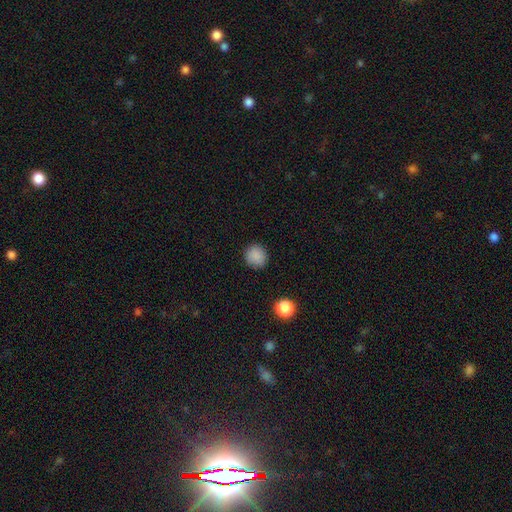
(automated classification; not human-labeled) Q: Smooth or featured?
A: smooth (86%); runner-up: star or artifact (10%)
Q: How rounded?
A: round (90%); runner-up: in between (9%)
Q: Merging?
A: none (88%); runner-up: minor disturbance (8%)